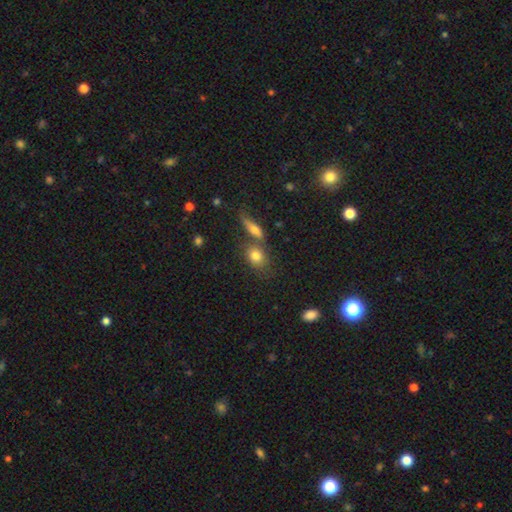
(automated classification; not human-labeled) Q: Smooth or featured?
A: smooth (77%); runner-up: featured or disk (13%)
Q: How rounded?
A: in between (57%); runner-up: round (39%)
Q: Merging?
A: none (51%); runner-up: merger (32%)